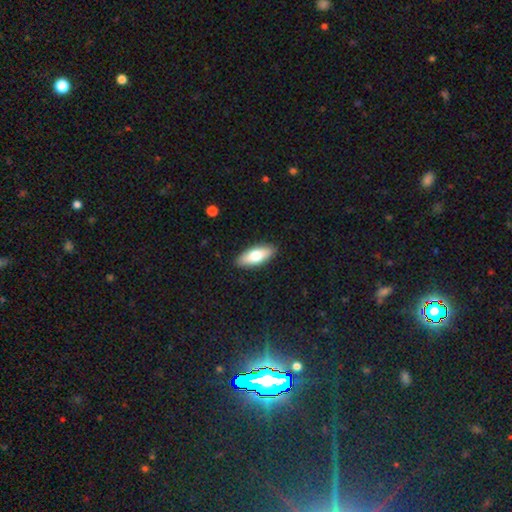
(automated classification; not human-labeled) A smooth galaxy with no disk features (71%) that is in between round and cigar-shaped (74%). Merging: none (90%).